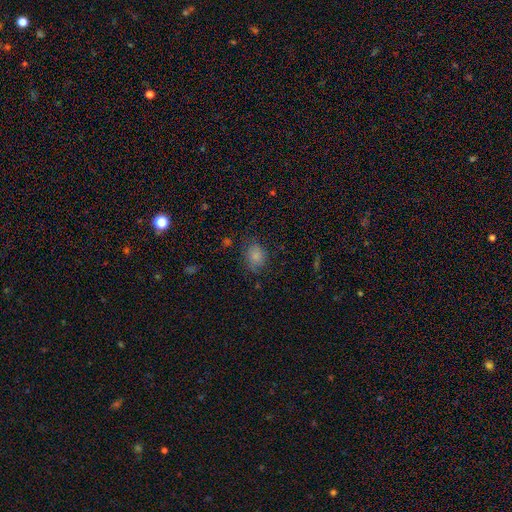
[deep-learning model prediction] This is clearly a smooth galaxy (82%). How rounded: possibly in between (57%). Merging: likely none (69%).